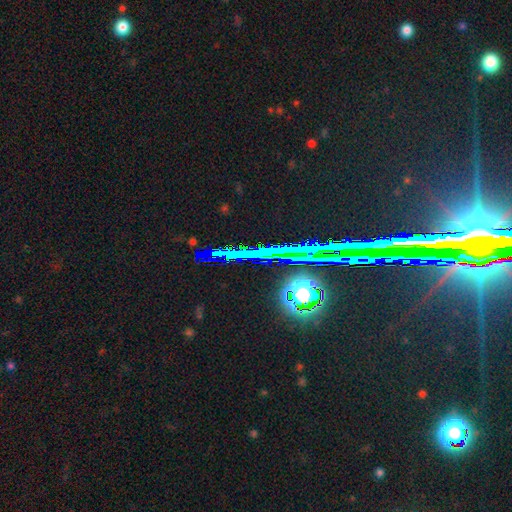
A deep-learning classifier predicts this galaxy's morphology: This appears to be a star or artifact, not a galaxy (74%).